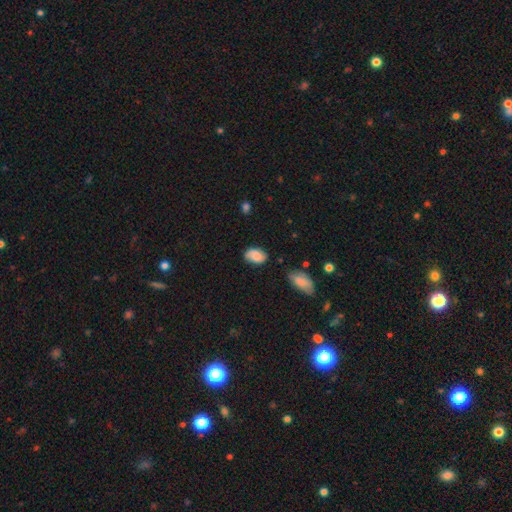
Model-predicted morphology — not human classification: smooth 65%, featured or disk 26%, star or artifact 9%. Down the decision tree: how rounded — in between (87%); merging — none (69%).